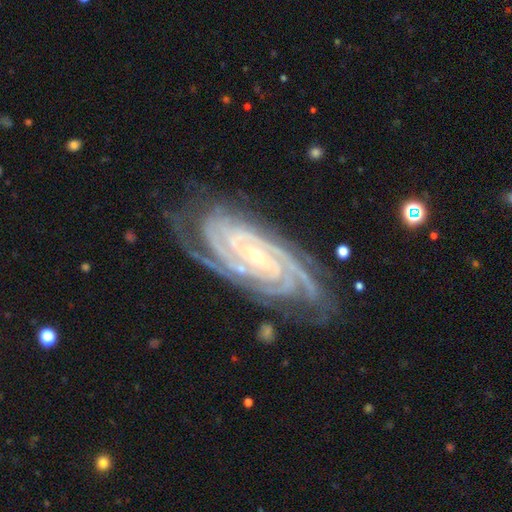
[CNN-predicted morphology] Smooth or featured? featured or disk (93%)
Edge-on disk? no (96%)
Bar? no (40%)
Spiral arms? yes (99%)
Spiral winding? tight (85%)
Spiral arm count? 4 (30%)
Bulge size? small (70%)
Merging? none (76%)